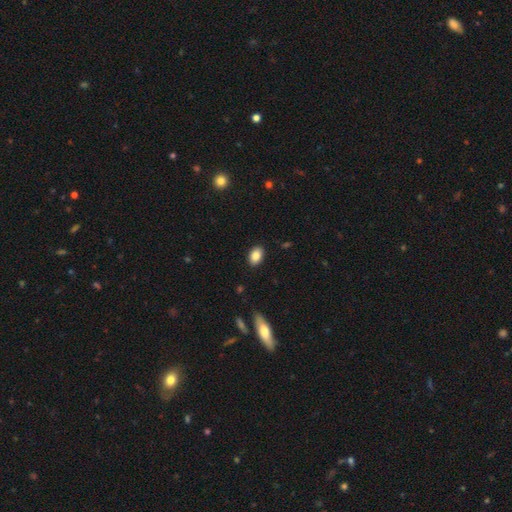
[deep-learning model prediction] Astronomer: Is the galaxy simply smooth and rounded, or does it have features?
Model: smooth — 86%.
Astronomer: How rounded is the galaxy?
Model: in between — 86%.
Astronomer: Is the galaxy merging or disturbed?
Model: none — 89%.